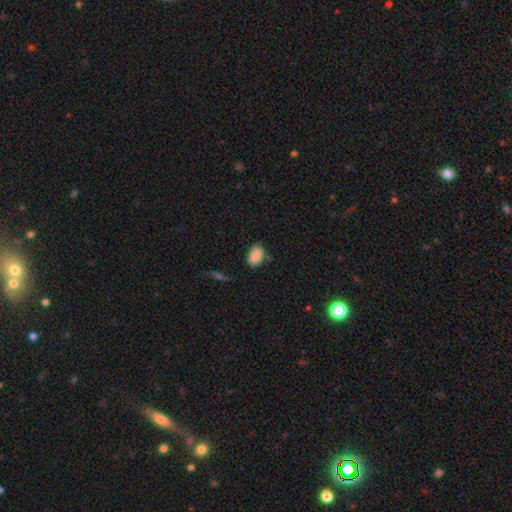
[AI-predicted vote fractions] This is clearly a smooth galaxy (86%). How rounded: clearly in between (88%). Merging: likely none (70%).